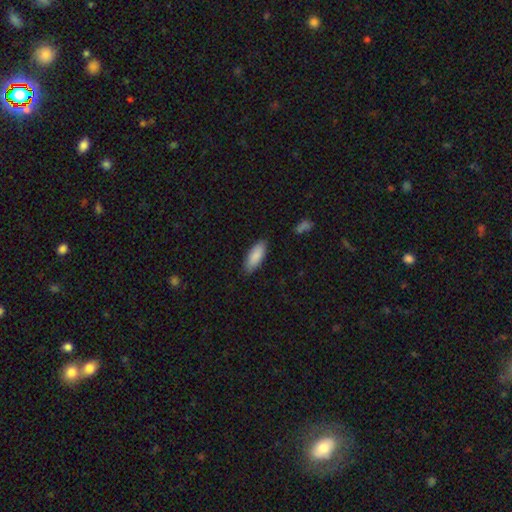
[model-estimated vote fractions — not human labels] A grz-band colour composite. It shows a smooth galaxy with no disk features (88%) that is in between round and cigar-shaped (77%). Merging: none (86%).